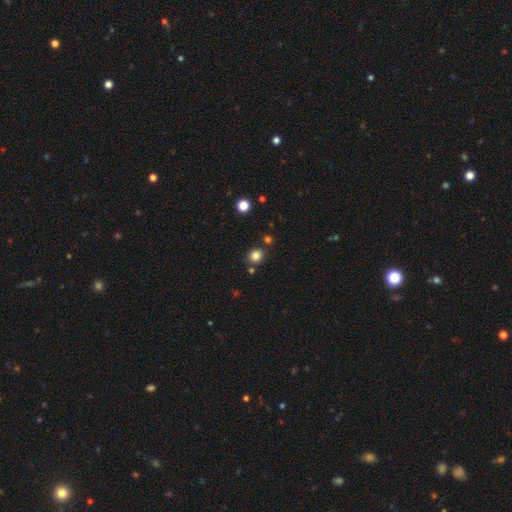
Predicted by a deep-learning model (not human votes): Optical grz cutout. It shows a smooth galaxy with no disk features (83%) that is round (78%). Merging: none (81%).